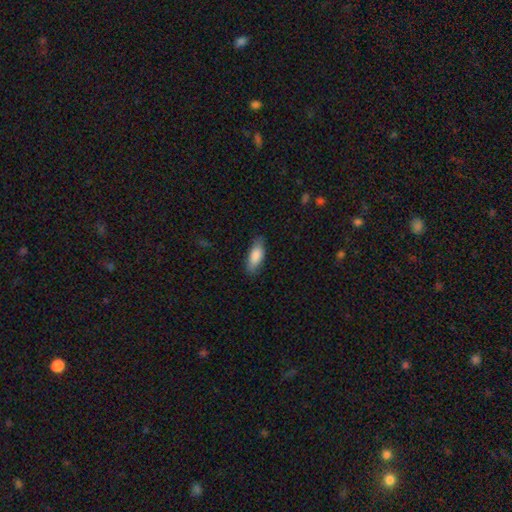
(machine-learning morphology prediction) Smooth or featured: smooth — 86% (featured or disk — 8%)
How rounded: in between — 78% (cigar-shaped — 20%)
Merging: none — 80% (minor disturbance — 15%)